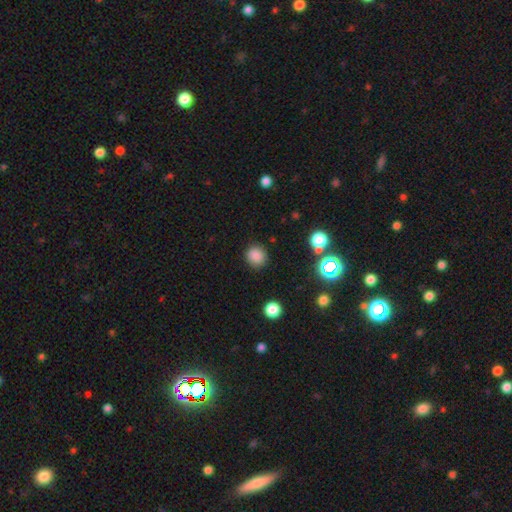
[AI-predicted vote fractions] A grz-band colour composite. It shows a smooth galaxy with no disk features (83%) that is round (87%). Merging: none (87%).